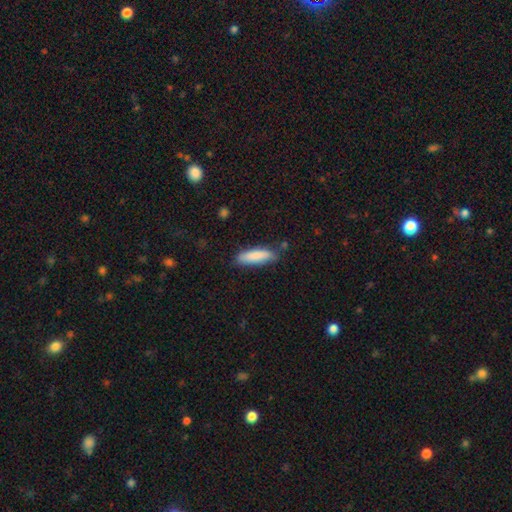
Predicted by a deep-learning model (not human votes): smooth 84%, featured or disk 10%, star or artifact 6%. Down the decision tree: how rounded — cigar-shaped (61%); merging — none (77%).